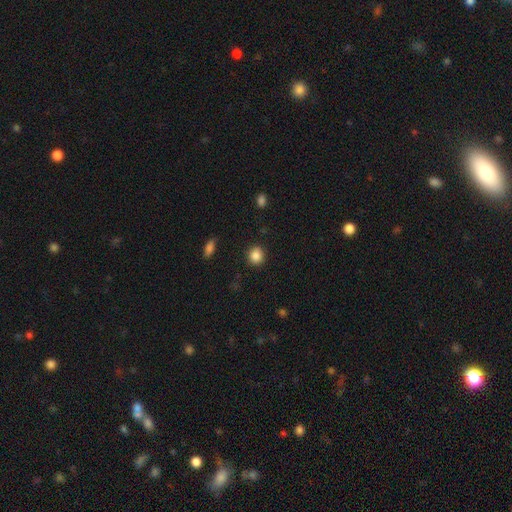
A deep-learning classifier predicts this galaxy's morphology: smooth 86%, star or artifact 10%, featured or disk 4%. Down the decision tree: how rounded — round (80%); merging — none (89%).